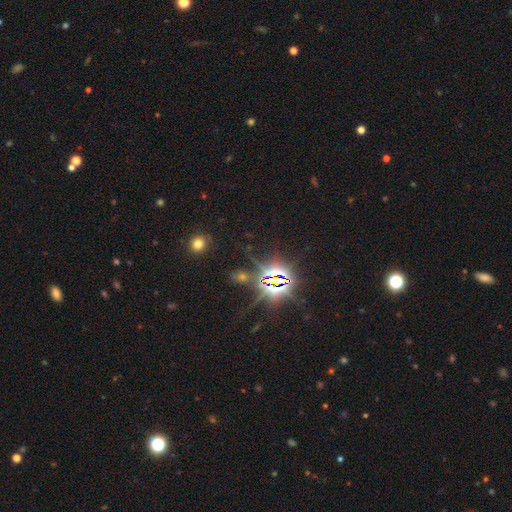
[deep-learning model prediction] This appears to be a star or artifact, not a galaxy (80%).